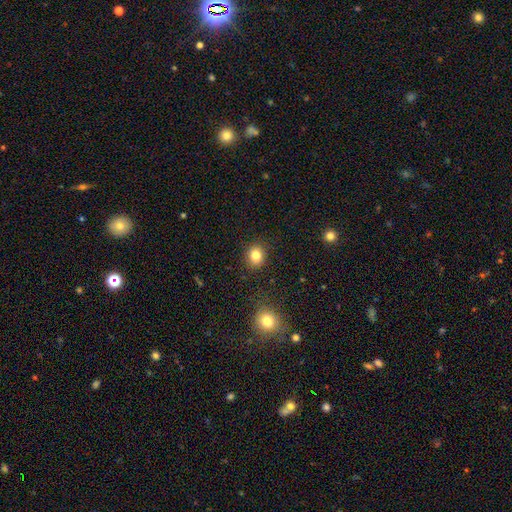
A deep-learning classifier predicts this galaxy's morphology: Q: Smooth or featured?
A: smooth (82%); runner-up: star or artifact (11%)
Q: How rounded?
A: round (71%); runner-up: in between (28%)
Q: Merging?
A: none (89%); runner-up: minor disturbance (7%)